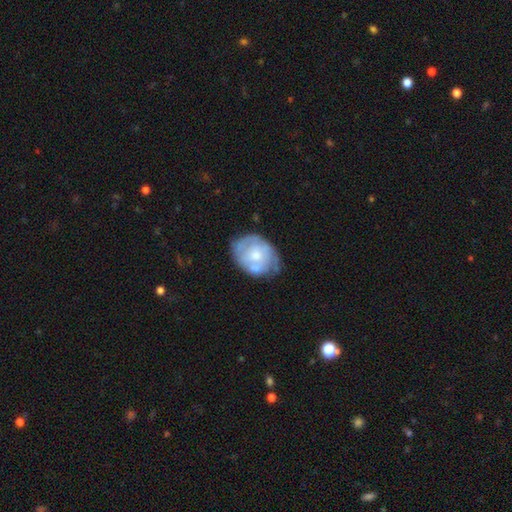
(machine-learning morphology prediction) Q: Smooth or featured?
A: featured or disk (53%); runner-up: smooth (41%)
Q: Edge-on disk?
A: no (97%); runner-up: yes (3%)
Q: Bar?
A: no (82%); runner-up: weak (16%)
Q: Spiral arms?
A: no (57%); runner-up: yes (43%)
Q: Bulge size?
A: moderate (53%); runner-up: small (34%)
Q: Merging?
A: none (53%); runner-up: minor disturbance (31%)